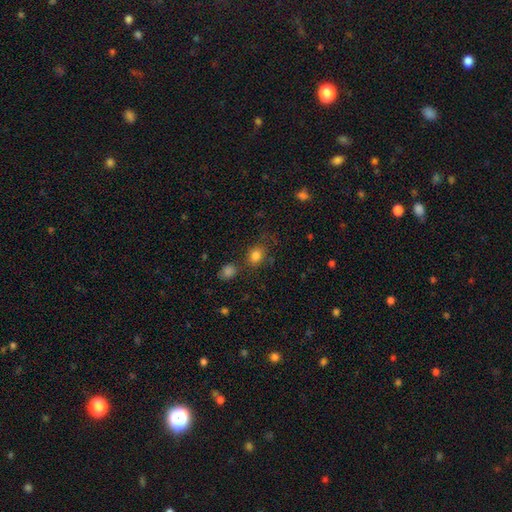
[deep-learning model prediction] This appears to be a smooth galaxy with no disk features (81%) that is in between round and cigar-shaped (51%). Merging: none (64%).